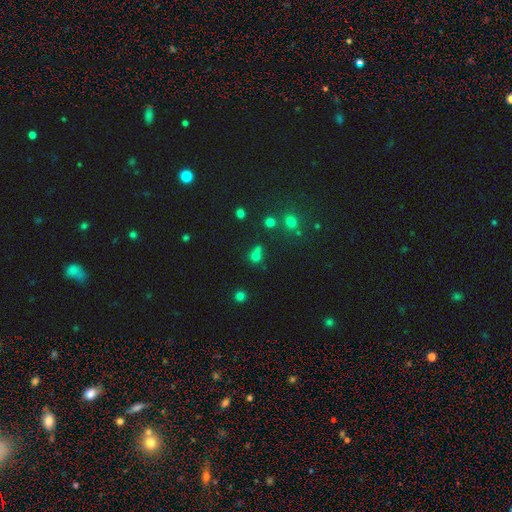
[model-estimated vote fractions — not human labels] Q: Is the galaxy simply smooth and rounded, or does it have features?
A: smooth — 67%.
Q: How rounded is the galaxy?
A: round — 79%.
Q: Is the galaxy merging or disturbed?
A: none — 48%.